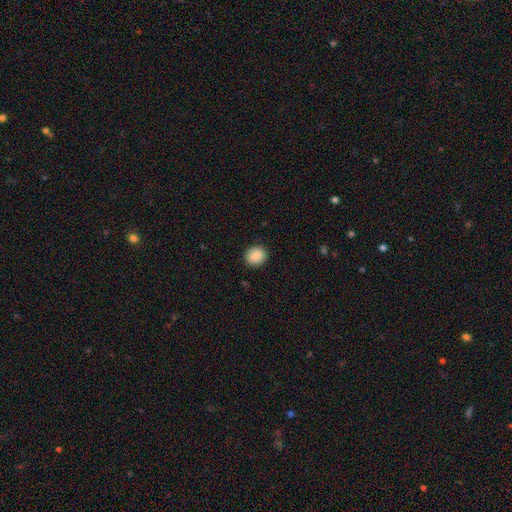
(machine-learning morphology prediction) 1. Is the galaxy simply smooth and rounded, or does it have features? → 89% smooth, 8% star or artifact, 3% featured or disk.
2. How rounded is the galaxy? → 76% round, 24% in between, 1% cigar-shaped.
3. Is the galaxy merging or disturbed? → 90% none, 7% minor disturbance, 2% major disturbance, 1% merger.